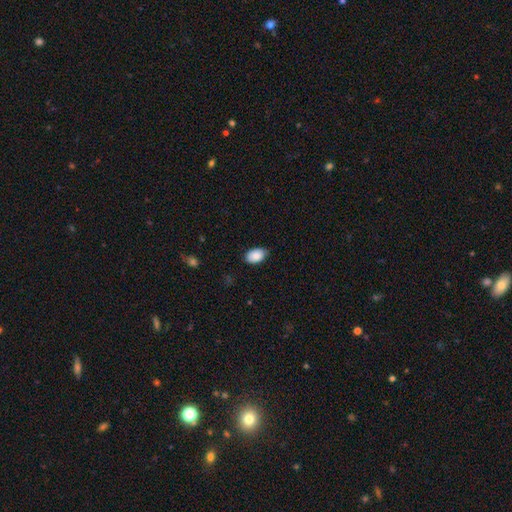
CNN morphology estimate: Smooth or featured?
  - smooth: 87% *
  - star or artifact: 7%
  - featured or disk: 7%
How rounded?
  - in between: 92% *
  - round: 7%
  - cigar-shaped: 1%
Merging?
  - none: 77% *
  - minor disturbance: 20%
  - major disturbance: 3%
  - merger: 1%